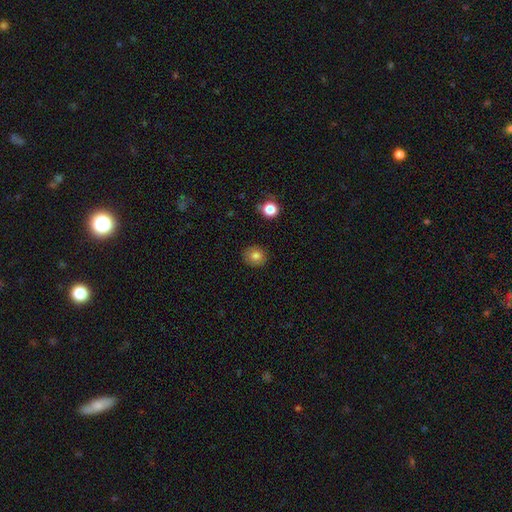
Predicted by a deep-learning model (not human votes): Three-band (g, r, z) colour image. It shows a smooth galaxy with no disk features (81%) that is round (83%). Merging: none (88%).